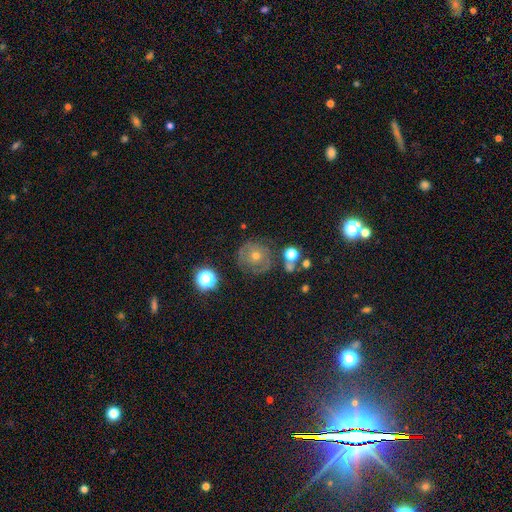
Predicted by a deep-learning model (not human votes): This is possibly a featured or disk galaxy (51%). It is clearly not viewed edge-on (96%). Merging: likely none (75%).